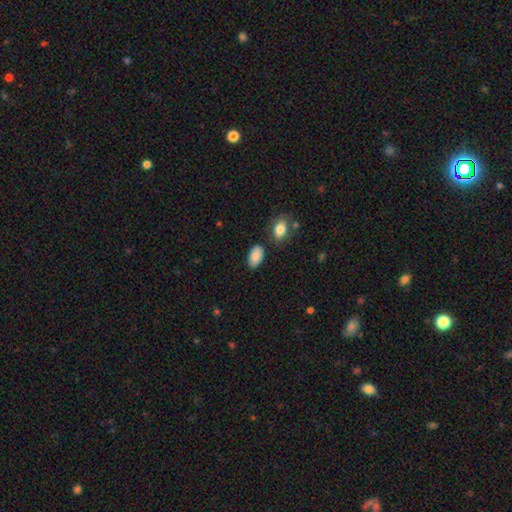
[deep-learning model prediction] Smooth or featured? smooth (88%)
How rounded? in between (94%)
Merging? none (80%)